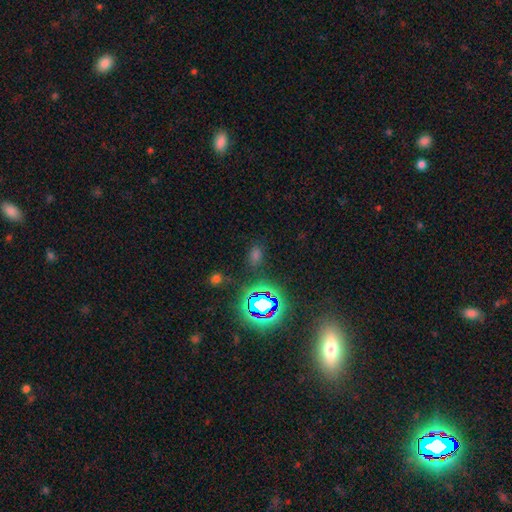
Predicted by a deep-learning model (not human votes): A star or artifact, not a galaxy (51%).